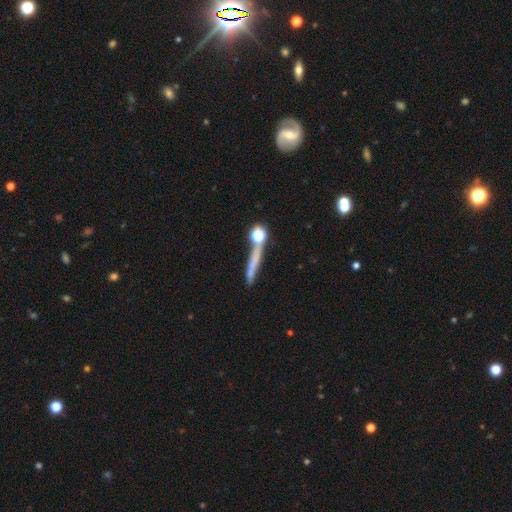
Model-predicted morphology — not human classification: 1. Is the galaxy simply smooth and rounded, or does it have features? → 49% smooth, 37% featured or disk, 14% star or artifact.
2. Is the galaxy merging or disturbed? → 66% none, 15% minor disturbance, 12% merger, 7% major disturbance.